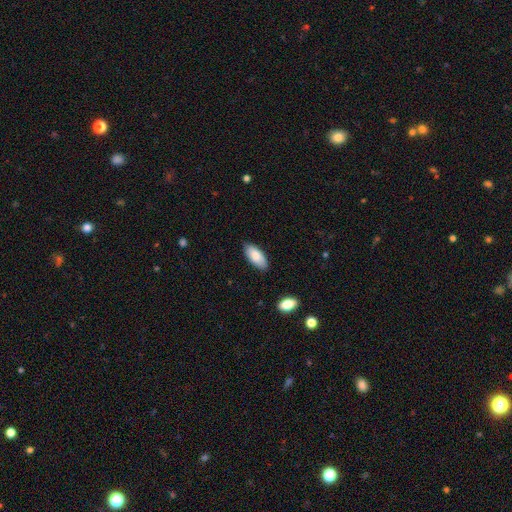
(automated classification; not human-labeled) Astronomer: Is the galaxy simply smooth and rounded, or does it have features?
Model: smooth — 83%.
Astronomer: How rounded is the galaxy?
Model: in between — 90%.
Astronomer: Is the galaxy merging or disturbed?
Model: none — 83%.